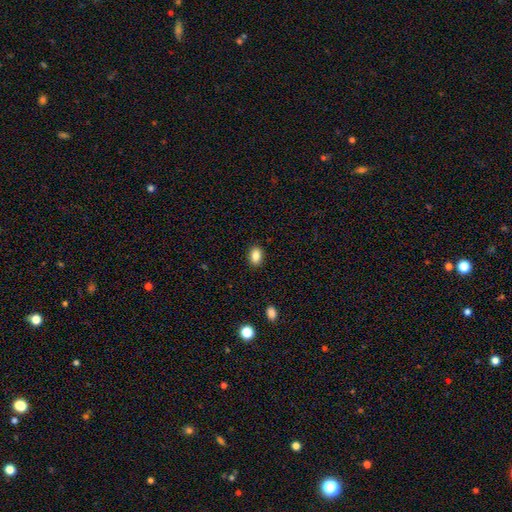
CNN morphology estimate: Smooth or featured?
  - smooth: 86% *
  - star or artifact: 9%
  - featured or disk: 5%
How rounded?
  - in between: 83% *
  - round: 16%
  - cigar-shaped: 2%
Merging?
  - none: 89% *
  - minor disturbance: 8%
  - major disturbance: 2%
  - merger: 1%